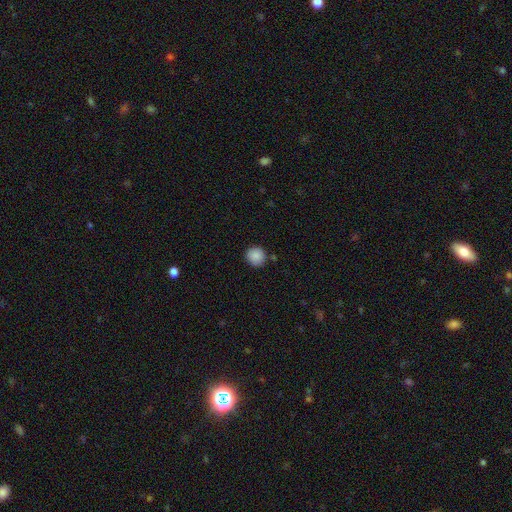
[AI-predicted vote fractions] Q: Smooth or featured?
A: smooth (88%); runner-up: star or artifact (8%)
Q: How rounded?
A: round (92%); runner-up: in between (7%)
Q: Merging?
A: none (85%); runner-up: minor disturbance (9%)